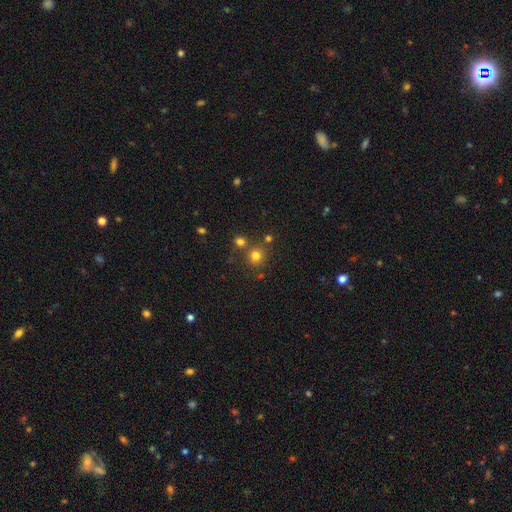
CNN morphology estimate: Q: Smooth or featured?
A: smooth (75%); runner-up: star or artifact (18%)
Q: How rounded?
A: round (91%); runner-up: in between (8%)
Q: Merging?
A: none (72%); runner-up: merger (17%)